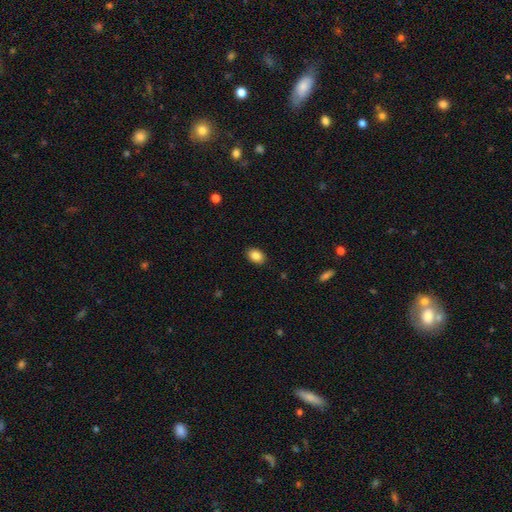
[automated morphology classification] Smooth or featured?
  - smooth: 87% *
  - star or artifact: 8%
  - featured or disk: 5%
How rounded?
  - in between: 79% *
  - round: 20%
  - cigar-shaped: 1%
Merging?
  - none: 89% *
  - minor disturbance: 8%
  - major disturbance: 2%
  - merger: 1%